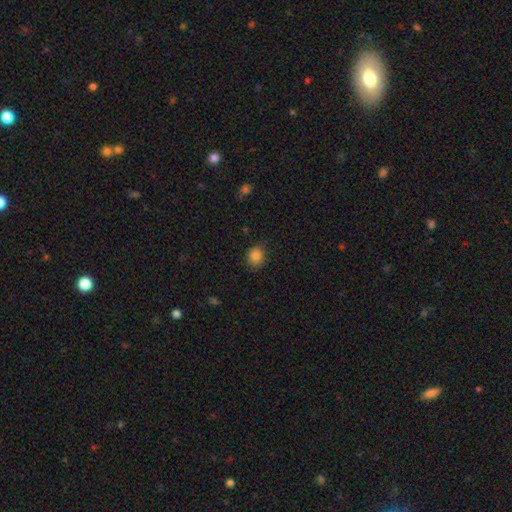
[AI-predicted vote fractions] Morphology: type=smooth (84%); roundness=round (75%); merging=none (79%).